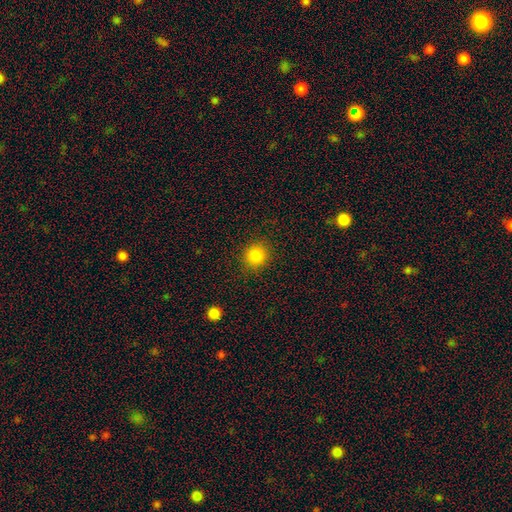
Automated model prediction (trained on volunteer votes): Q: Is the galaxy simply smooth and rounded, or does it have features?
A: smooth — 84%.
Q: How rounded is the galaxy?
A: round — 87%.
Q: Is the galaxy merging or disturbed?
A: none — 89%.